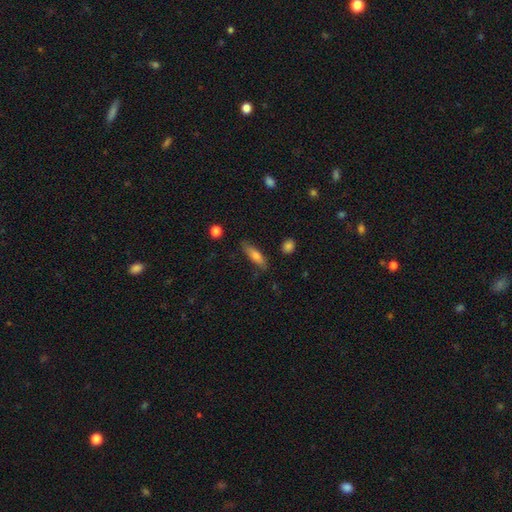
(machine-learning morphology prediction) smooth-or-featured: smooth: 68% | featured or disk: 25% | star or artifact: 7%
  how-rounded: cigar-shaped: 58% | in between: 39% | round: 3%
  merging: none: 75% | minor disturbance: 18% | major disturbance: 4% | merger: 2%